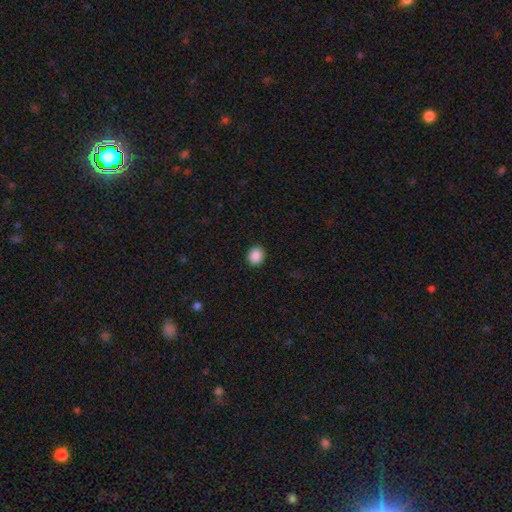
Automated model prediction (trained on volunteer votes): A smooth galaxy with no disk features (89%) that is round (71%). Merging: none (92%).